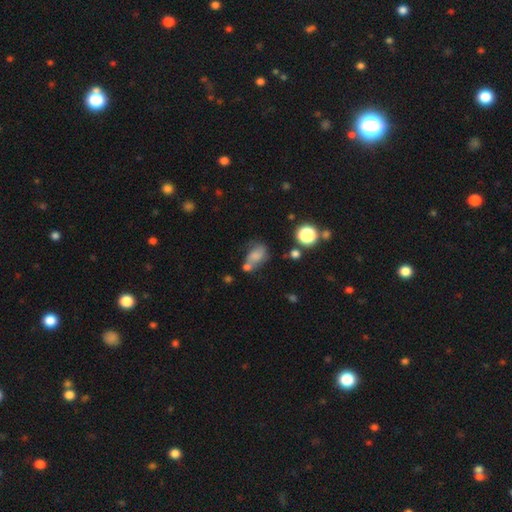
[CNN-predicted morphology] Q: Smooth or featured?
A: smooth (62%); runner-up: featured or disk (23%)
Q: How rounded?
A: in between (76%); runner-up: round (21%)
Q: Merging?
A: none (35%); runner-up: merger (26%)